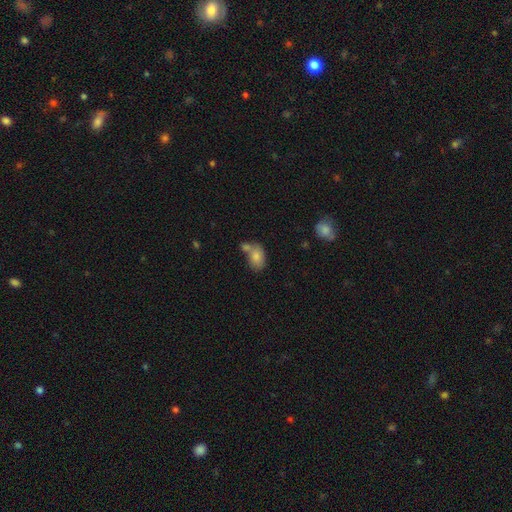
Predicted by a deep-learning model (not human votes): The model was most divided on "merging": none: 43%, merger: 36%, minor disturbance: 15%, major disturbance: 5%. More confident: how rounded — in between (83%); smooth or featured — smooth (81%).